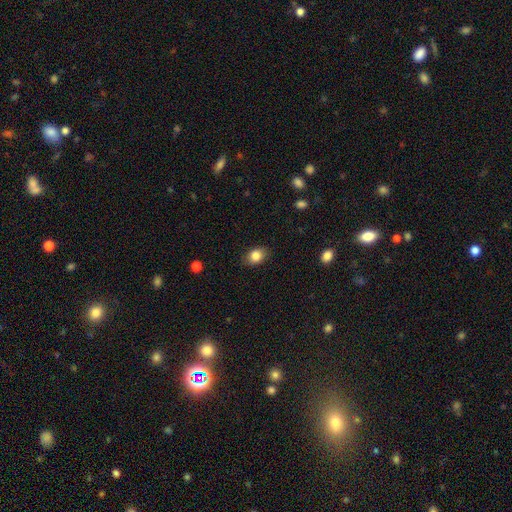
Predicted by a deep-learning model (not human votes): Overall: smooth (85%). How rounded: in between (69%; round 30%). Merging: none (84%).